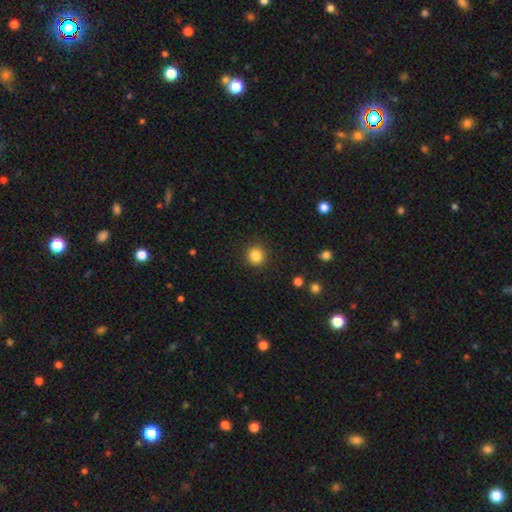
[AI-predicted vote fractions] smooth 85%, star or artifact 11%, featured or disk 4%. Down the decision tree: how rounded — round (93%); merging — none (91%).